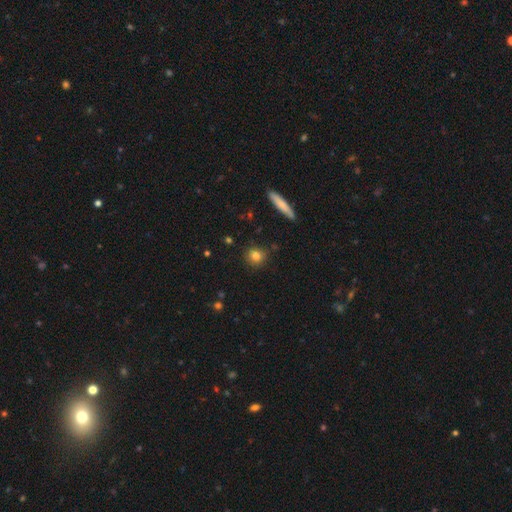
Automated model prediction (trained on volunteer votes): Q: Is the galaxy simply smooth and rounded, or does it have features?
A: smooth — 82%.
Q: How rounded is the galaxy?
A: round — 85%.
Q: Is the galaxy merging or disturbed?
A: none — 88%.